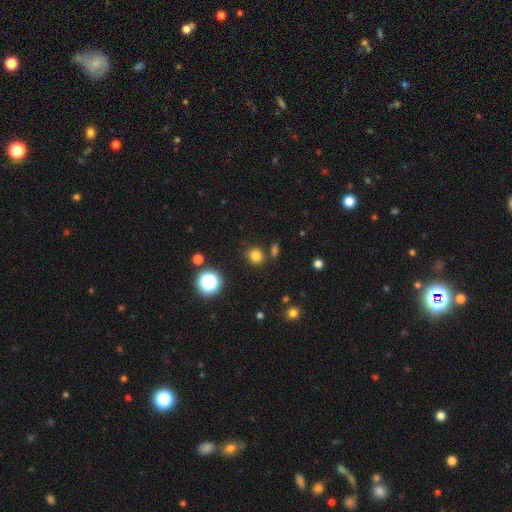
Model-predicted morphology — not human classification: type=smooth (79%); roundness=round (85%); merging=none (84%).